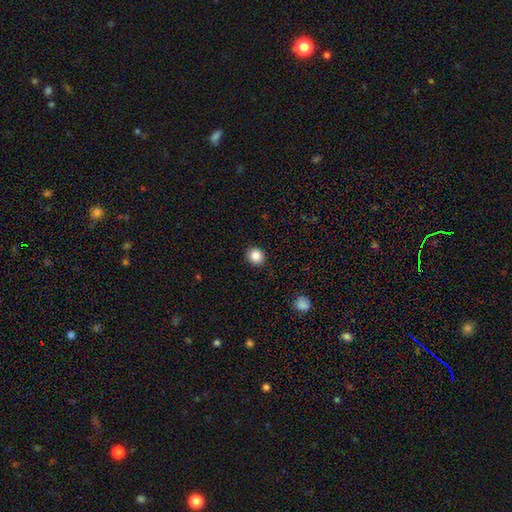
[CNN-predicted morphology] A smooth galaxy with no disk features (87%) that is round (77%).

Vote fractions:
- Smooth or featured? smooth: 87% / star or artifact: 10% / featured or disk: 4%
- How rounded? round: 77% / in between: 22% / cigar-shaped: 1%
- Merging? none: 91% / minor disturbance: 6% / major disturbance: 2% / merger: 1%